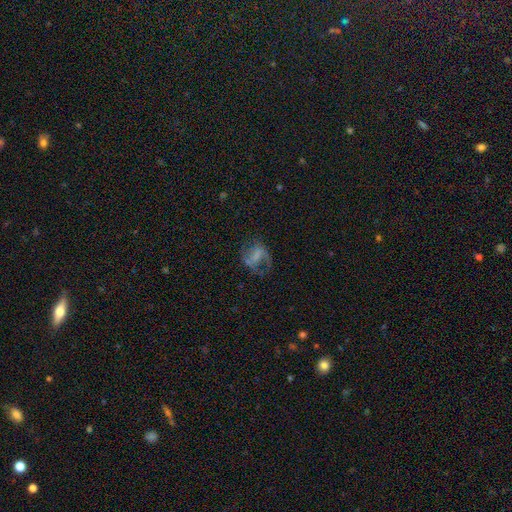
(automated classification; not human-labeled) smooth-or-featured: featured or disk: 65% | smooth: 25% | star or artifact: 11%
  disk-edge-on: no: 97% | yes: 3%
    bar: weak: 41% | strong: 37% | no: 22%
    has-spiral-arms: yes: 80% | no: 20%
      spiral-winding: loose: 45% | medium: 43% | tight: 13%
      spiral-arm-count: 2: 76% | 1: 12% | can't tell: 8% | 3: 2% | 4: 1% | more than 4: 1%
    bulge-size: none: 51% | small: 24% | moderate: 16% | large: 7% | dominant: 2%
  merging: none: 54% | major disturbance: 25% | minor disturbance: 19% | merger: 2%